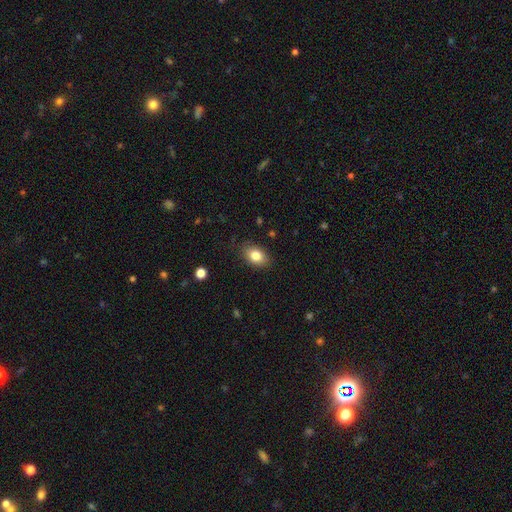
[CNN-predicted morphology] Q: Smooth or featured?
A: smooth (83%); runner-up: featured or disk (9%)
Q: How rounded?
A: in between (85%); runner-up: round (13%)
Q: Merging?
A: none (84%); runner-up: minor disturbance (13%)